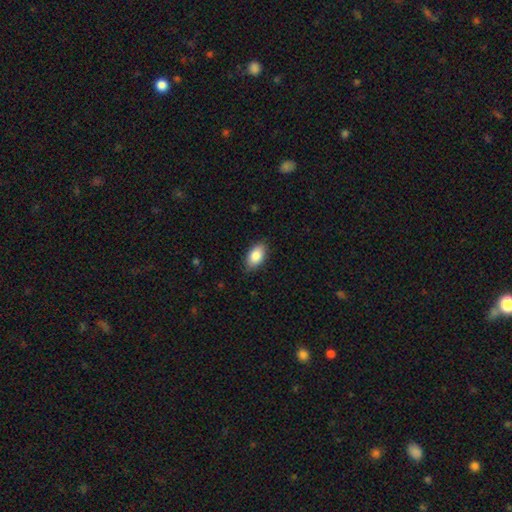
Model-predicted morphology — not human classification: Smooth or featured?
  - smooth: 87% *
  - featured or disk: 7%
  - star or artifact: 7%
How rounded?
  - in between: 93% *
  - round: 5%
  - cigar-shaped: 3%
Merging?
  - none: 85% *
  - minor disturbance: 12%
  - major disturbance: 2%
  - merger: 1%